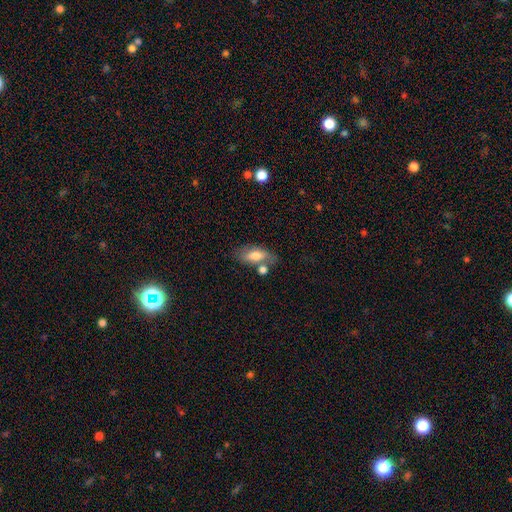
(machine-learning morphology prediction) The model was most divided on "smooth or featured": smooth: 65%, featured or disk: 28%, star or artifact: 7%. More confident: how rounded — in between (80%); merging — none (59%).